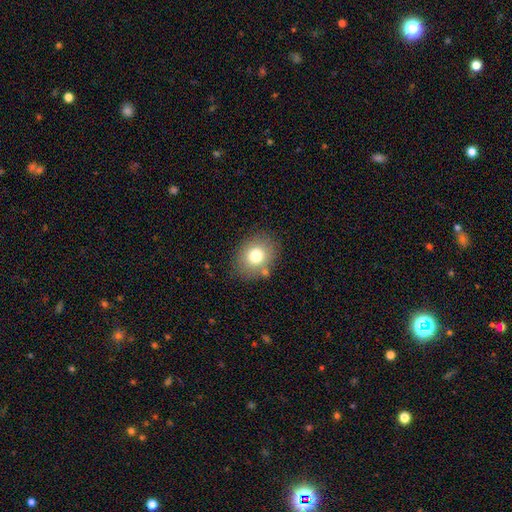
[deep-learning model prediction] This is likely a smooth galaxy (76%). How rounded: possibly round (56%). Merging: likely none (79%).